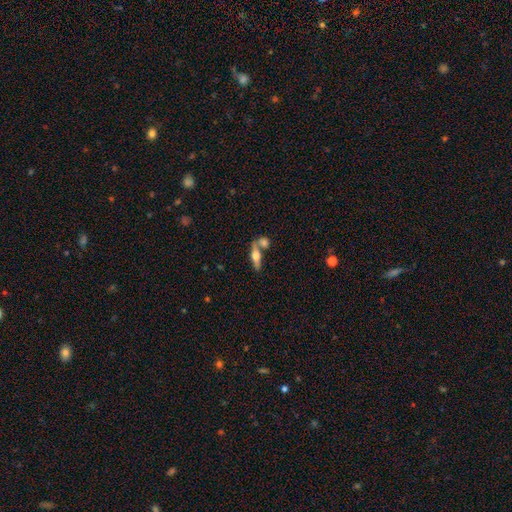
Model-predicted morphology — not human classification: Smooth or featured? Predicted: featured or disk (p=0.55). Edge-on disk? Predicted: yes (p=0.90). Merging? Predicted: none (p=0.54).